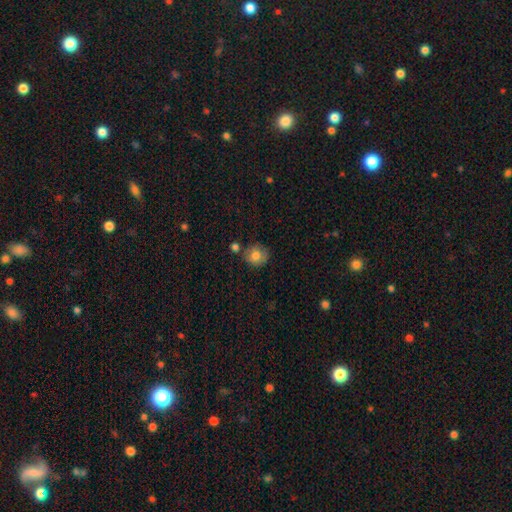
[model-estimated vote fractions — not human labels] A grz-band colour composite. It shows a smooth galaxy with no disk features (78%) that is round (85%). Merging: none (70%).